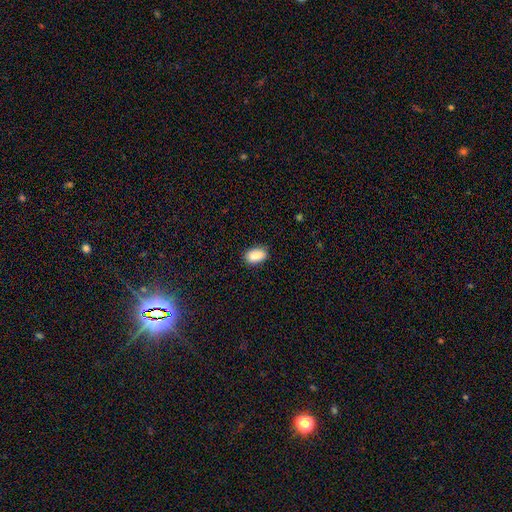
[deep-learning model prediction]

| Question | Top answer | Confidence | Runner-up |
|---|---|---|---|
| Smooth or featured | smooth | 89% | star or artifact (7%) |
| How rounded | in between | 91% | round (6%) |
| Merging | none | 85% | minor disturbance (12%) |